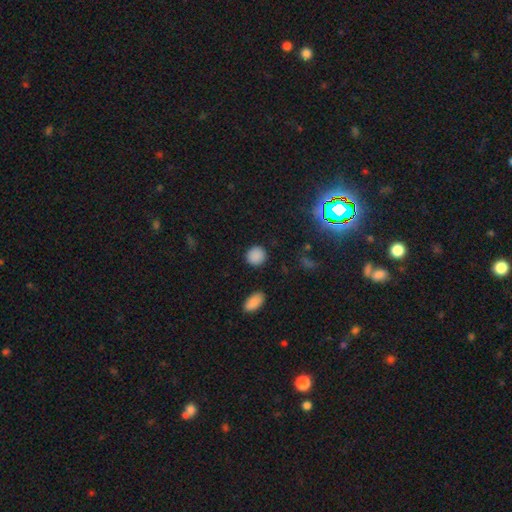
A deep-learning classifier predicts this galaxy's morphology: smooth 86%, star or artifact 11%, featured or disk 3%. Down the decision tree: how rounded — round (88%); merging — none (89%).